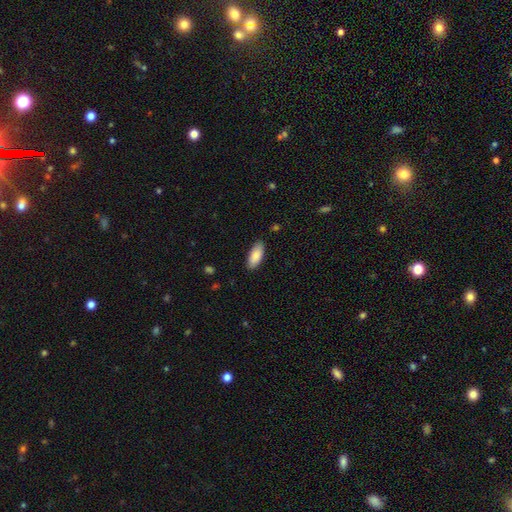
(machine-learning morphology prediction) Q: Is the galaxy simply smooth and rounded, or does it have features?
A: smooth — 84%.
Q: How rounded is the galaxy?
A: in between — 86%.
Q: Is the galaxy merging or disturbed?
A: none — 86%.